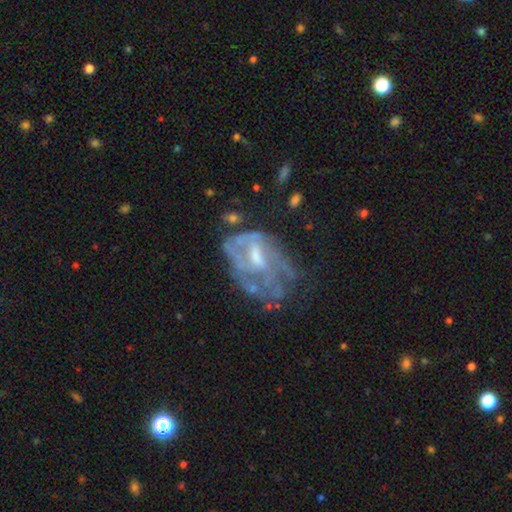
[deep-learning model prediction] Q: Smooth or featured?
A: featured or disk (74%); runner-up: smooth (17%)
Q: Edge-on disk?
A: no (96%); runner-up: yes (4%)
Q: Bar?
A: weak (45%); runner-up: no (44%)
Q: Spiral arms?
A: yes (53%); runner-up: no (47%)
Q: Bulge size?
A: moderate (49%); runner-up: small (30%)
Q: Merging?
A: none (36%); runner-up: major disturbance (33%)